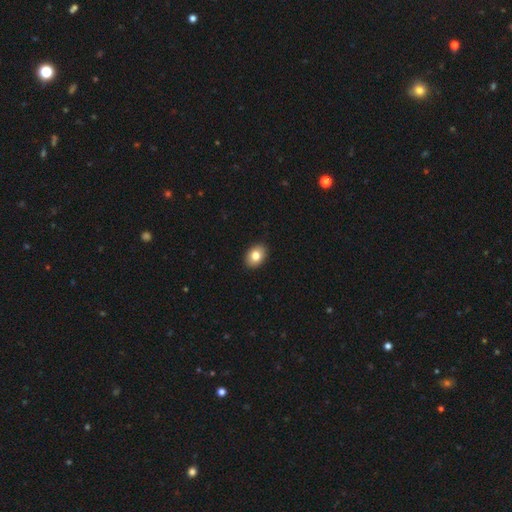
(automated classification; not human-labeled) Smooth or featured?
  - smooth: 82% *
  - featured or disk: 10%
  - star or artifact: 8%
How rounded?
  - in between: 76% *
  - round: 23%
  - cigar-shaped: 1%
Merging?
  - none: 91% *
  - minor disturbance: 7%
  - major disturbance: 2%
  - merger: 1%